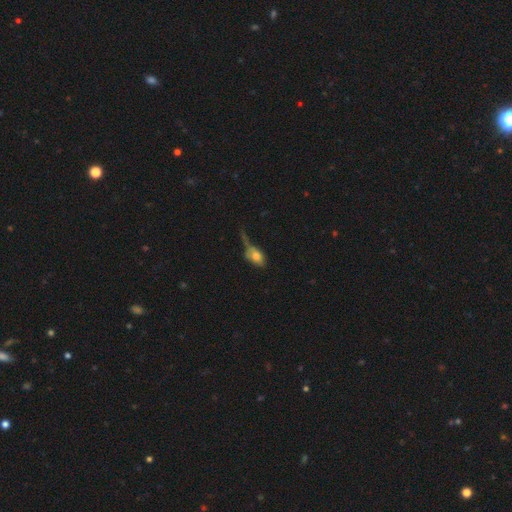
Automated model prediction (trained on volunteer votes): Morphology: type=smooth (66%); roundness=in between (83%); merging=major disturbance (35%).